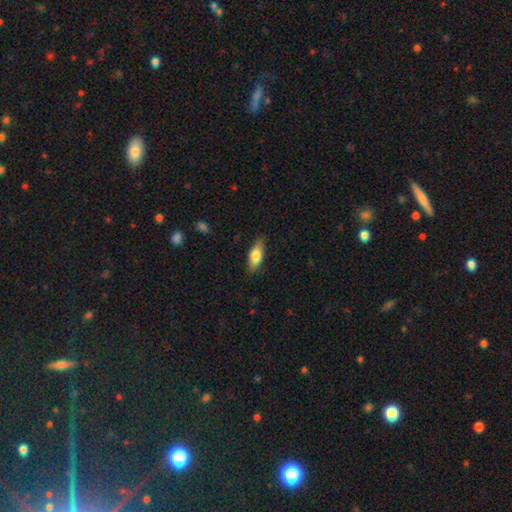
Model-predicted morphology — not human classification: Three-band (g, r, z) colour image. It shows a smooth galaxy with no disk features (78%) that is in between round and cigar-shaped (73%). Merging: none (83%).